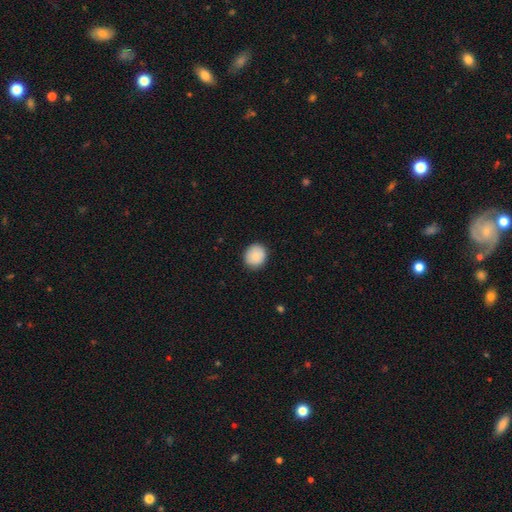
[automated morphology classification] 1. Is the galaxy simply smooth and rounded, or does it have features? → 85% smooth, 7% featured or disk, 7% star or artifact.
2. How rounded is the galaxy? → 82% round, 17% in between, 1% cigar-shaped.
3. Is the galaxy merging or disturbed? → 89% none, 8% minor disturbance, 2% major disturbance, 1% merger.